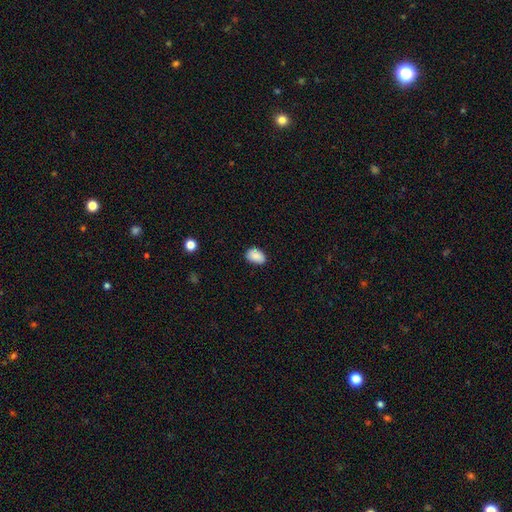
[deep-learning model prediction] Smooth or featured: smooth — 87% (star or artifact — 8%)
How rounded: in between — 84% (round — 15%)
Merging: none — 80% (minor disturbance — 16%)